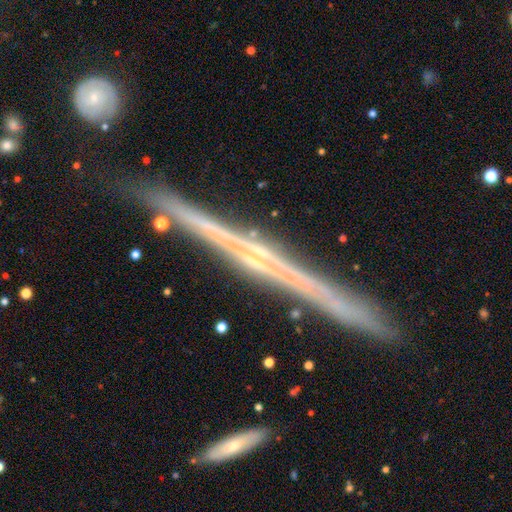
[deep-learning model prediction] This is clearly a featured or disk galaxy (84%). It is clearly viewed edge-on (98%). Edge-on bulge: possibly rounded (55%). Merging: clearly none (87%).